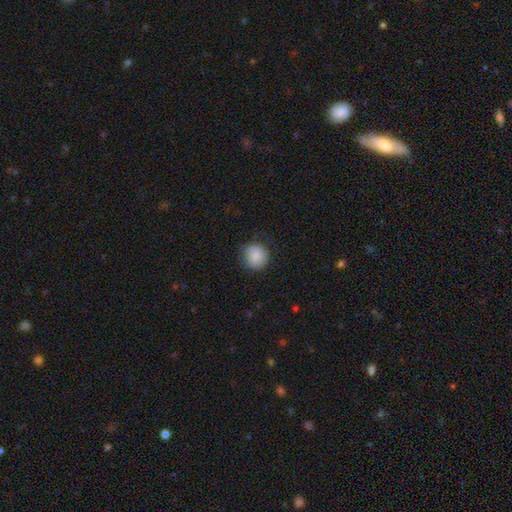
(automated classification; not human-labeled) Smooth or featured? Predicted: smooth (p=0.81). How rounded? Predicted: round (p=0.90). Merging? Predicted: none (p=0.78).